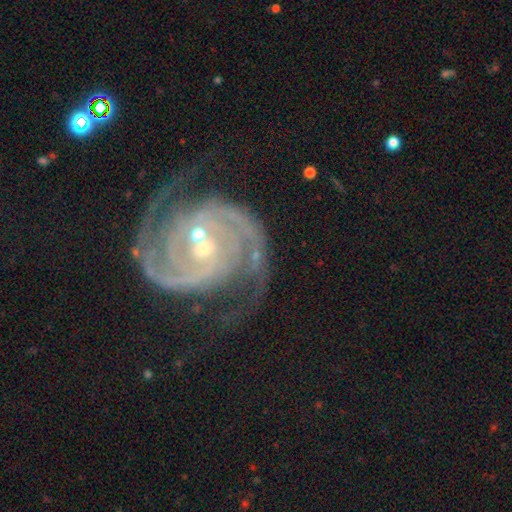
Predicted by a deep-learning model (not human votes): smooth-or-featured: featured or disk: 91% | star or artifact: 6% | smooth: 4%
  disk-edge-on: no: 98% | yes: 2%
    bar: no: 61% | weak: 27% | strong: 12%
    has-spiral-arms: yes: 98% | no: 2%
      spiral-winding: tight: 54% | medium: 37% | loose: 8%
      spiral-arm-count: 2: 66% | 3: 13% | can't tell: 7% | 4: 5% | more than 4: 4% | 1: 4%
    bulge-size: small: 62% | moderate: 33% | large: 2% | none: 2% | dominant: 1%
  merging: none: 60% | minor disturbance: 18% | merger: 12% | major disturbance: 11%